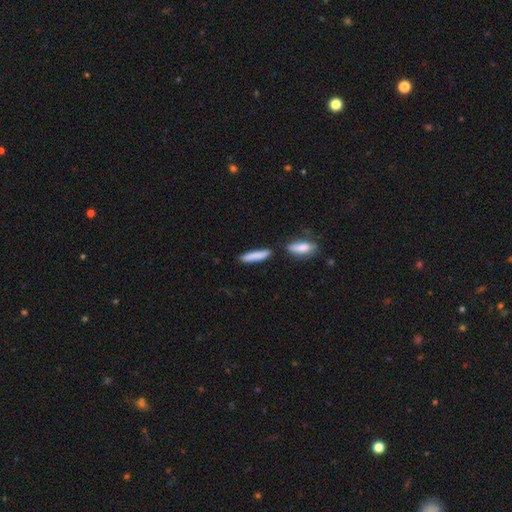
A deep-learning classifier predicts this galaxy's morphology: Smooth or featured? smooth (83%)
How rounded? cigar-shaped (83%)
Merging? none (76%)